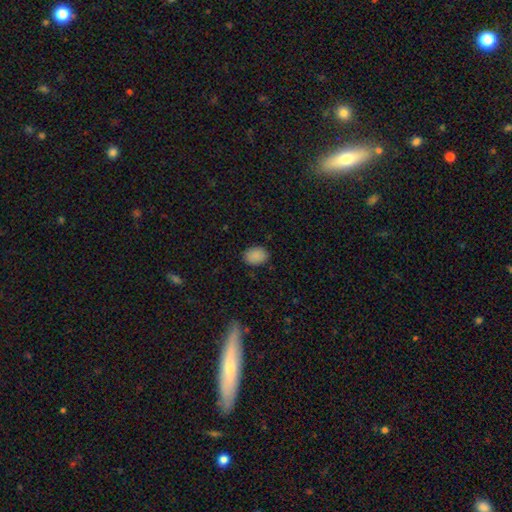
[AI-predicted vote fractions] Overall: smooth (88%). How rounded: in between (74%). Merging: none (86%).